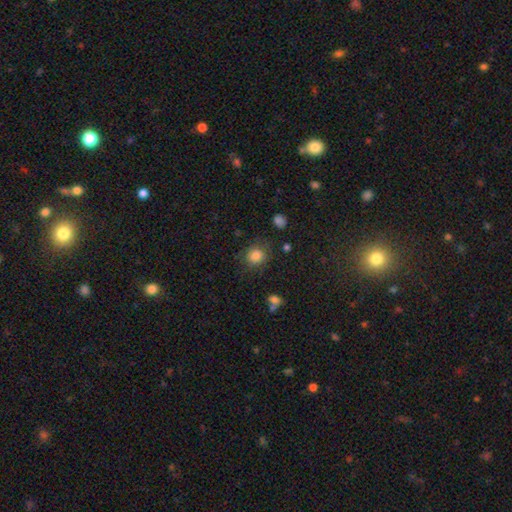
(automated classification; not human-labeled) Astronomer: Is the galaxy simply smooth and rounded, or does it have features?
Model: smooth — 83%.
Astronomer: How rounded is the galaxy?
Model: round — 84%.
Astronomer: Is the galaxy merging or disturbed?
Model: none — 78%.